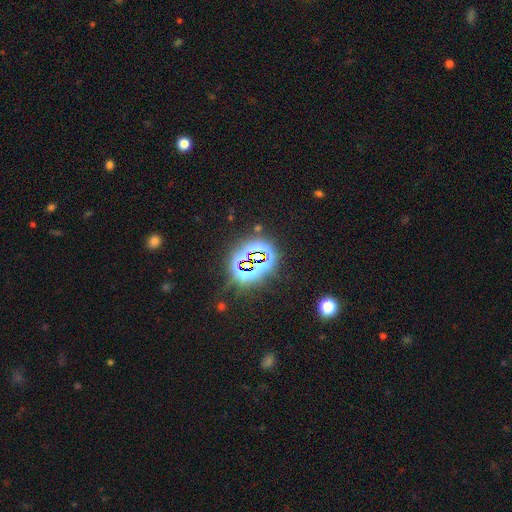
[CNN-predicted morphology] type=star or artifact (79%).